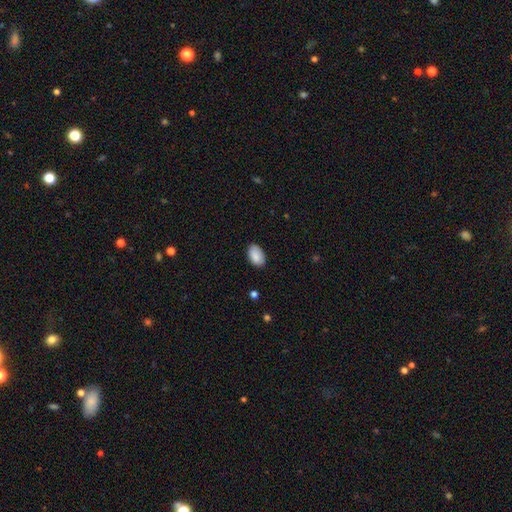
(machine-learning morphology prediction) Smooth or featured? smooth (89%)
How rounded? in between (93%)
Merging? none (84%)